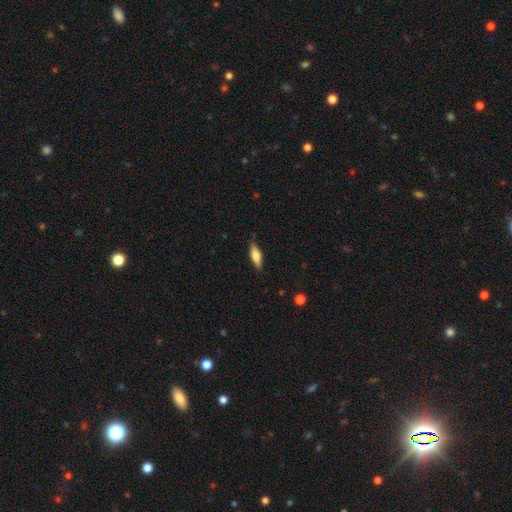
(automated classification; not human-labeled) The model was most divided on "how rounded": in between: 57%, cigar-shaped: 40%, round: 2%. More confident: merging — none (83%); smooth or featured — smooth (69%).